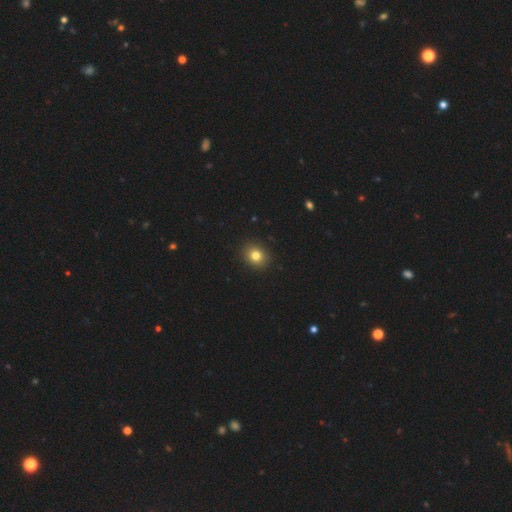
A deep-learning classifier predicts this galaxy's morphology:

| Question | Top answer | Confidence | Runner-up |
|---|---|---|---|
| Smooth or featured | smooth | 81% | star or artifact (12%) |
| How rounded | round | 67% | in between (32%) |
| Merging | none | 91% | minor disturbance (6%) |